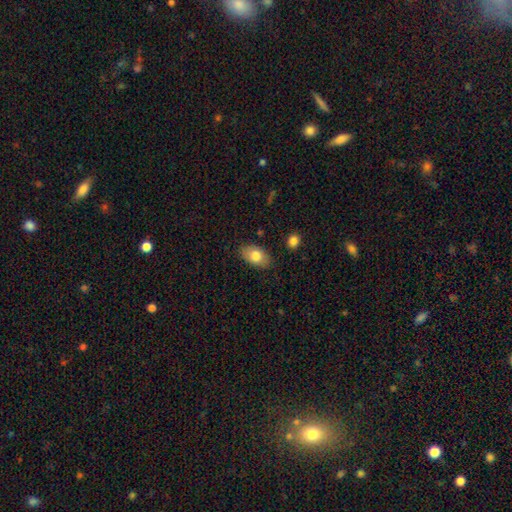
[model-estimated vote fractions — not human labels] A smooth galaxy with no disk features (79%) that is in between round and cigar-shaped (90%).

Vote fractions:
- Smooth or featured? smooth: 79% / featured or disk: 14% / star or artifact: 7%
- How rounded? in between: 90% / round: 8% / cigar-shaped: 1%
- Merging? none: 84% / minor disturbance: 12% / major disturbance: 2% / merger: 2%